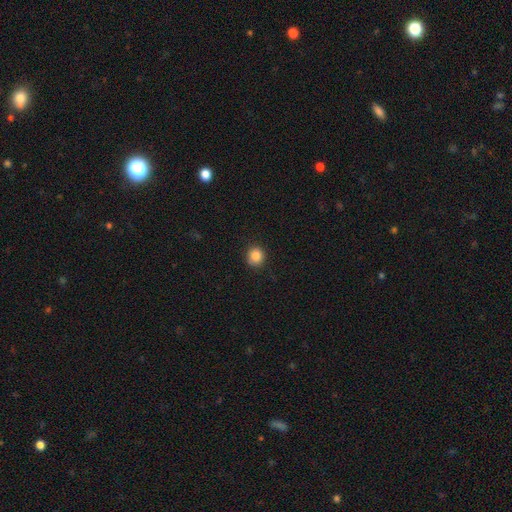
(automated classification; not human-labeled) Q: Smooth or featured?
A: smooth (86%); runner-up: star or artifact (10%)
Q: How rounded?
A: round (84%); runner-up: in between (15%)
Q: Merging?
A: none (86%); runner-up: minor disturbance (10%)